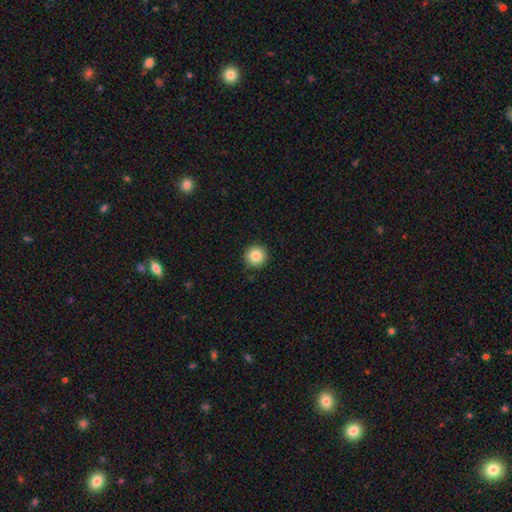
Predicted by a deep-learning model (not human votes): Smooth or featured: smooth — 85% (star or artifact — 9%)
How rounded: round — 95% (in between — 4%)
Merging: none — 90% (minor disturbance — 7%)